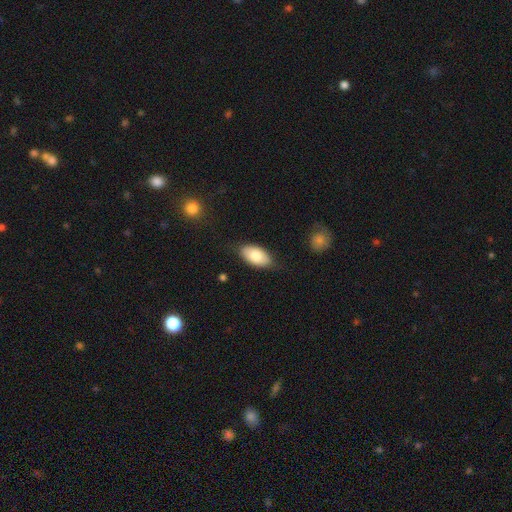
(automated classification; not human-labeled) The model was most divided on "smooth or featured": smooth: 79%, featured or disk: 15%, star or artifact: 6%. More confident: how rounded — in between (94%); merging — none (80%).